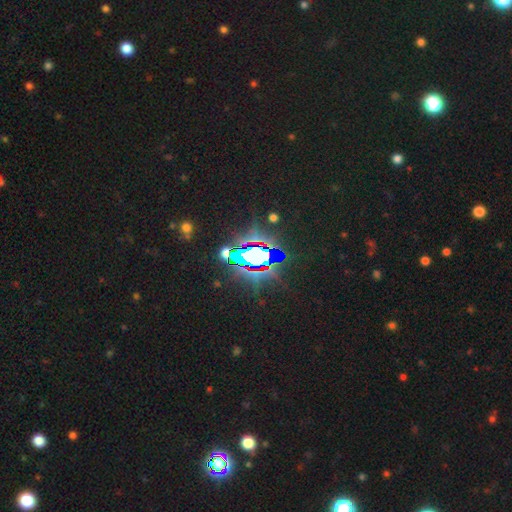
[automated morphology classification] Smooth or featured?
  - star or artifact: 69% *
  - featured or disk: 15%
  - smooth: 15%